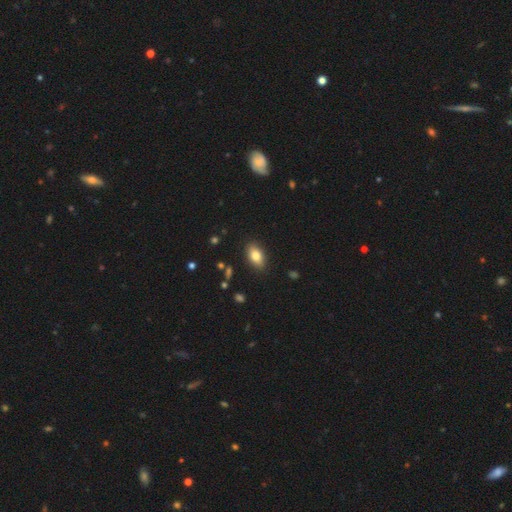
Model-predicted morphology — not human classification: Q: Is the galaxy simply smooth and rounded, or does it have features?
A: smooth — 81%.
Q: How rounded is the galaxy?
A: in between — 90%.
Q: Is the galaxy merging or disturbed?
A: none — 87%.